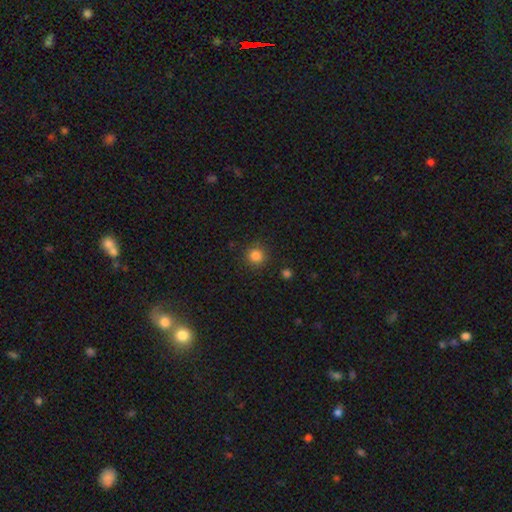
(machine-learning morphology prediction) smooth_or_featured: smooth (p=0.84) [alt: star or artifact p=0.12]
how_rounded: round (p=0.93) [alt: in between p=0.07]
merging: none (p=0.88) [alt: minor disturbance p=0.07]